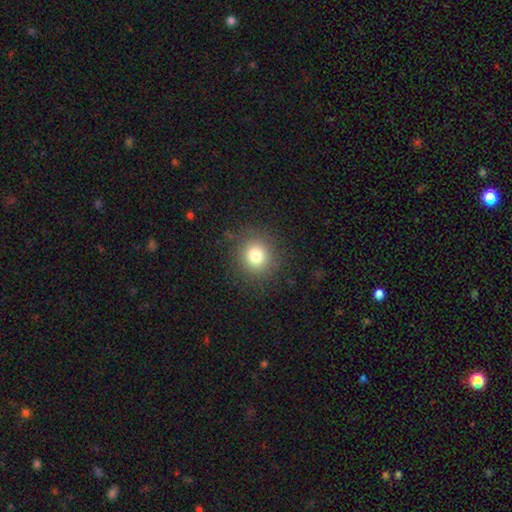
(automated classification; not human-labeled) A smooth galaxy with no disk features (79%) that is round (89%).

Vote fractions:
- Smooth or featured? smooth: 79% / star or artifact: 13% / featured or disk: 8%
- How rounded? round: 89% / in between: 10% / cigar-shaped: 1%
- Merging? none: 87% / minor disturbance: 8% / major disturbance: 4% / merger: 1%